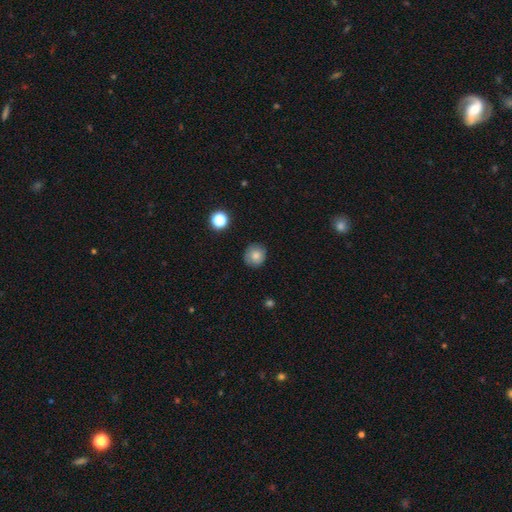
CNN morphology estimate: Smooth or featured? smooth (79%)
How rounded? round (88%)
Merging? none (83%)